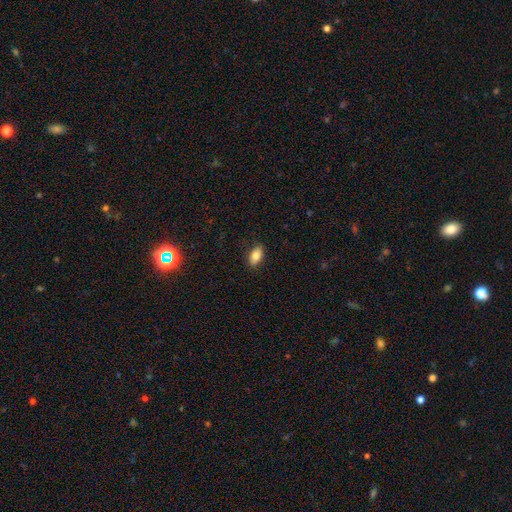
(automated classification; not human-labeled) smooth 82%, featured or disk 10%, star or artifact 8%. Down the decision tree: how rounded — in between (90%); merging — none (88%).